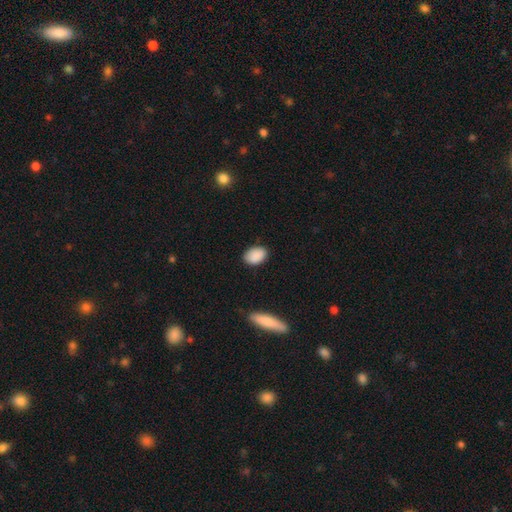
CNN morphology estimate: Overall: smooth (89%). How rounded: in between (85%). Merging: none (84%).